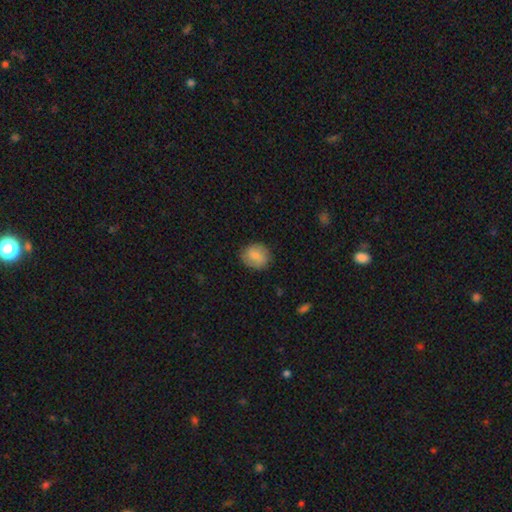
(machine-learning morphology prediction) A smooth galaxy with no disk features (79%) that is round (69%). Merging: none (85%).